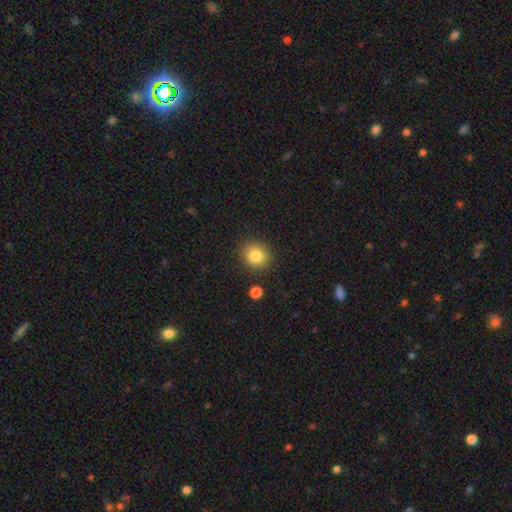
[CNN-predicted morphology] smooth-or-featured: smooth: 83% | star or artifact: 11% | featured or disk: 6%
  how-rounded: round: 85% | in between: 14% | cigar-shaped: 1%
  merging: none: 87% | minor disturbance: 8% | merger: 3% | major disturbance: 2%